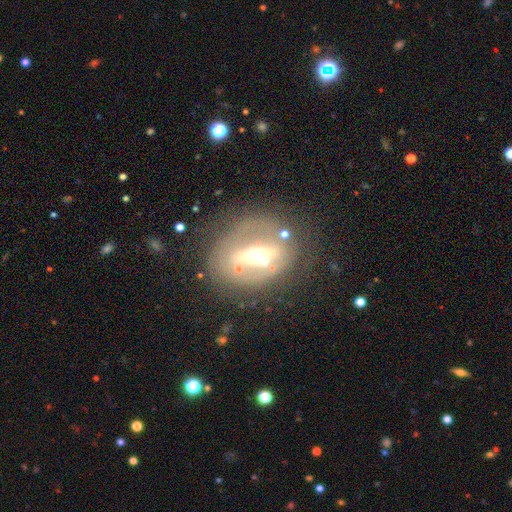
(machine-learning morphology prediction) Smooth or featured? Predicted: featured or disk (p=0.67). Edge-on disk? Predicted: no (p=0.83). Bar? Predicted: strong (p=0.52). Spiral arms? Predicted: no (p=0.81). Bulge size? Predicted: moderate (p=0.65). Merging? Predicted: none (p=0.62).